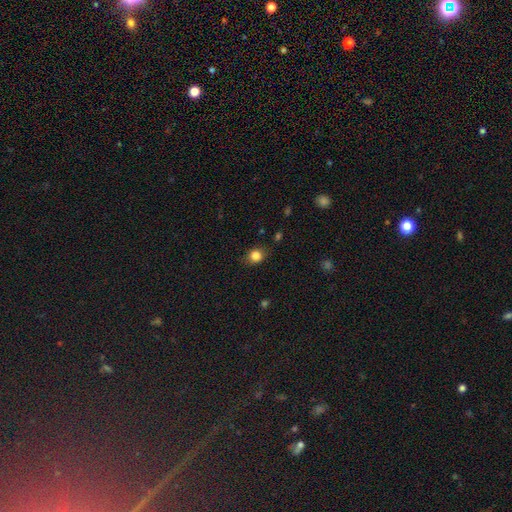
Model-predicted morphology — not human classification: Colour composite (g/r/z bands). It shows a smooth galaxy with no disk features (83%) that is round (72%). Merging: none (82%).